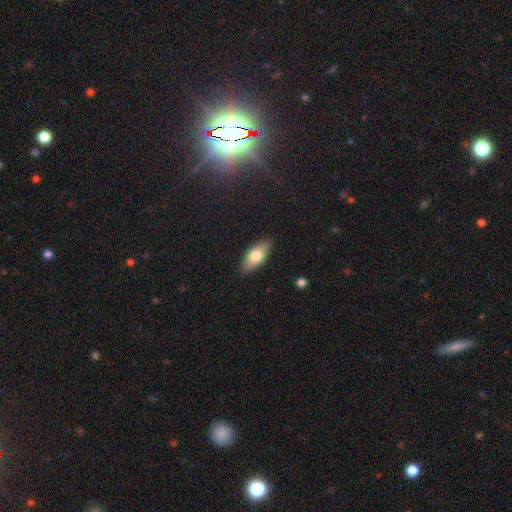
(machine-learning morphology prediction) Smooth or featured: smooth — 73% (featured or disk — 21%)
How rounded: in between — 85% (cigar-shaped — 12%)
Merging: none — 87% (minor disturbance — 10%)